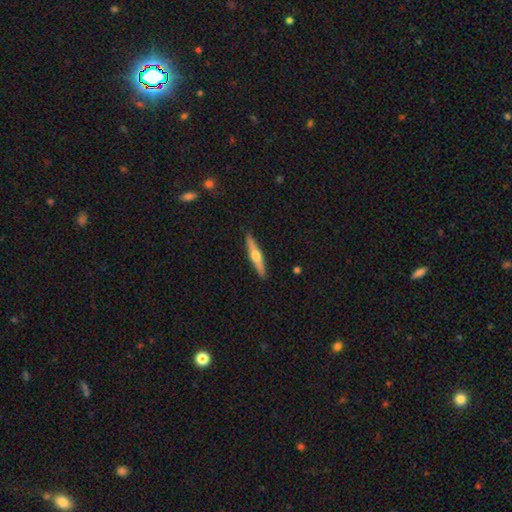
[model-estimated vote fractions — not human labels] This appears to be a featured or disk galaxy (59%) viewed edge-on (95%) with a rounded central bulge (94%). Merging: none (91%).